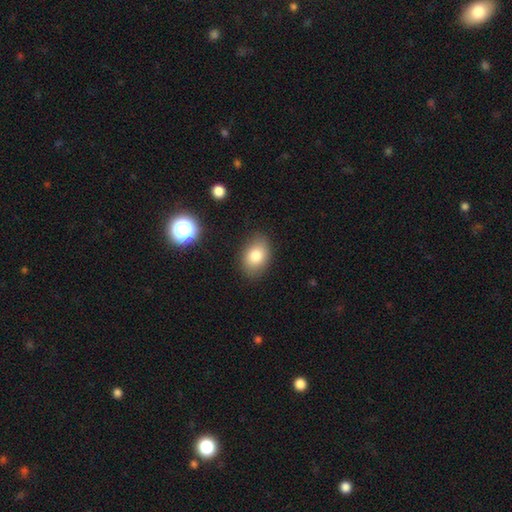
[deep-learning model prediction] This is clearly a smooth galaxy (80%). How rounded: likely in between (79%). Merging: clearly none (83%).